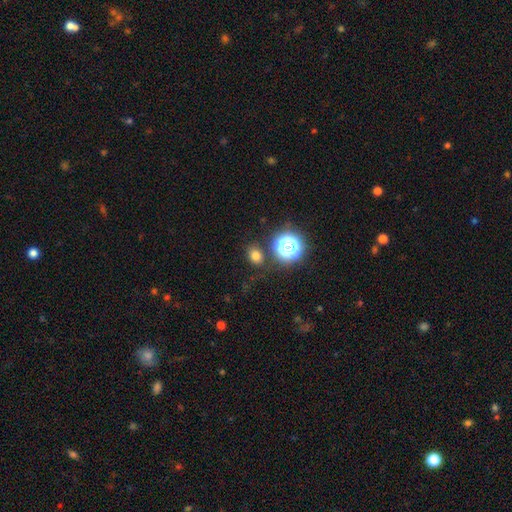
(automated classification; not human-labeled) Overall: smooth (72%). How rounded: round (57%; in between 42%). Merging: none (82%).